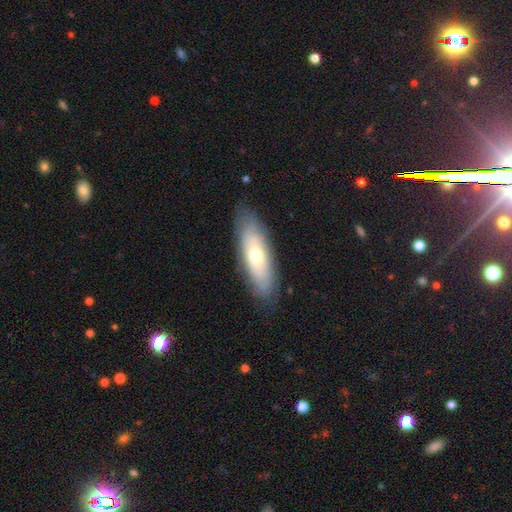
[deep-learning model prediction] Q: Smooth or featured?
A: smooth (48%); runner-up: featured or disk (45%)
Q: Merging?
A: none (82%); runner-up: minor disturbance (14%)